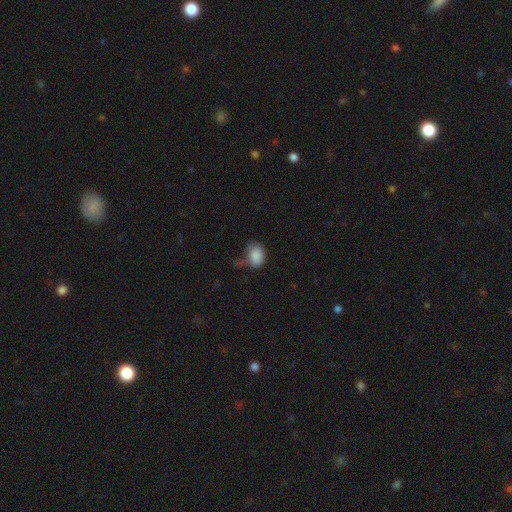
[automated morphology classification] A smooth galaxy with no disk features (85%) that is in between round and cigar-shaped (74%). Merging: none (42%).